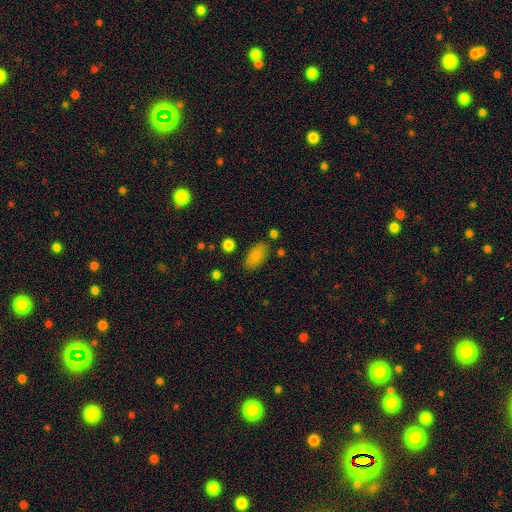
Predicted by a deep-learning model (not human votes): A smooth galaxy with no disk features (85%) that is in between round and cigar-shaped (91%). Merging: none (80%).